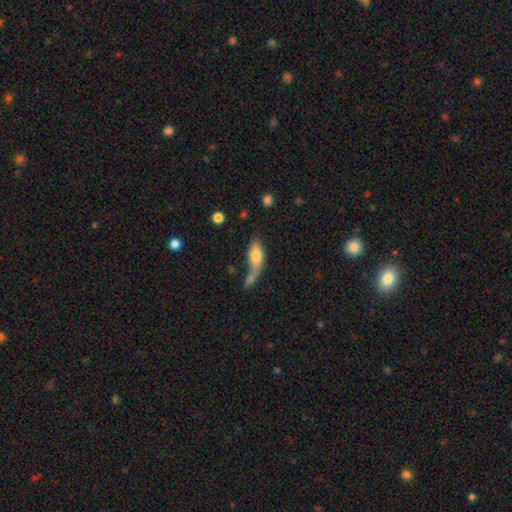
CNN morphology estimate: Overall: smooth (69%). How rounded: in between (78%). Merging: merger (46%; none 28%).